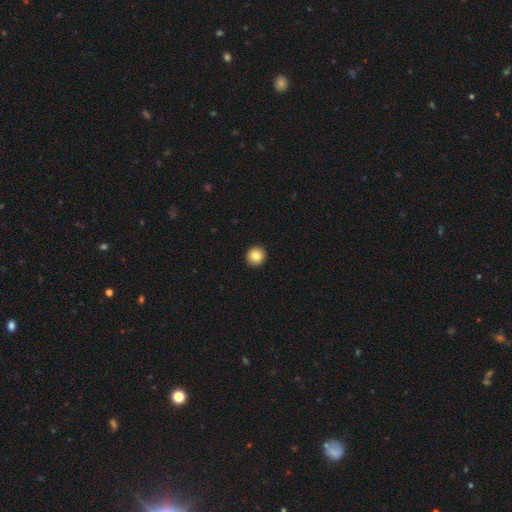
A smooth galaxy with no disk features (90%) that is round (94%).

Vote fractions:
- Smooth or featured? smooth: 90% / star or artifact: 8% / featured or disk: 2%
- How rounded? round: 94% / in between: 6% / cigar-shaped: 0%
- Merging? none: 92% / minor disturbance: 8% / major disturbance: 0% / merger: 0%